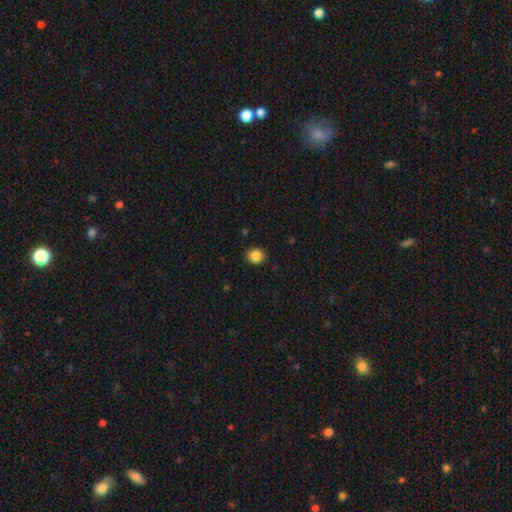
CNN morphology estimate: smooth_or_featured: smooth (p=0.85) [alt: star or artifact p=0.10]
how_rounded: round (p=0.77) [alt: in between p=0.23]
merging: none (p=0.91) [alt: minor disturbance p=0.06]